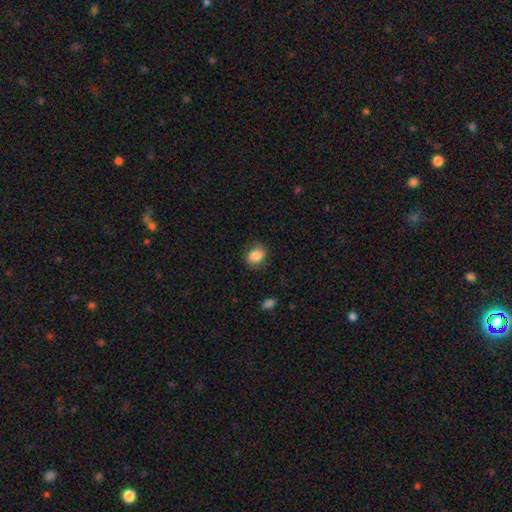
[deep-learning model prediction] smooth-or-featured: smooth: 84% | featured or disk: 8% | star or artifact: 8%
  how-rounded: in between: 55% | round: 43% | cigar-shaped: 1%
  merging: none: 78% | minor disturbance: 16% | major disturbance: 5% | merger: 1%